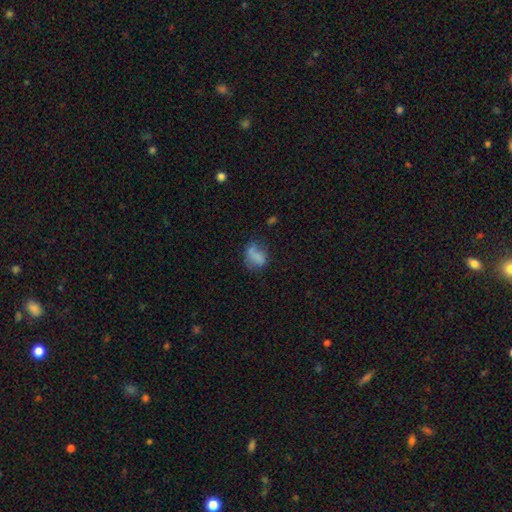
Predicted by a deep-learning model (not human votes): smooth 69%, featured or disk 19%, star or artifact 12%. Down the decision tree: how rounded — in between (70%); merging — none (39%).